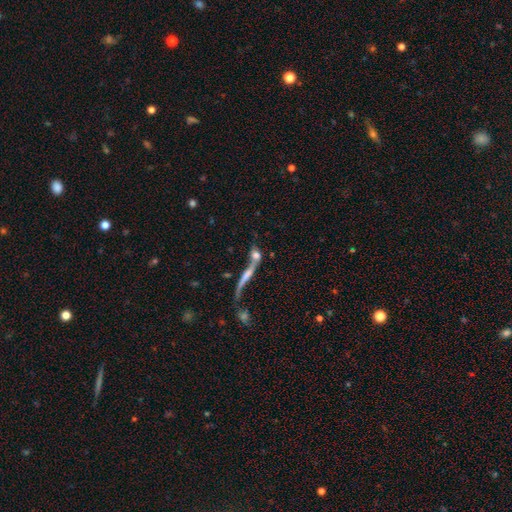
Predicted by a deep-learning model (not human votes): A smooth galaxy with no disk features (50%).

Vote fractions:
- Smooth or featured? smooth: 50% / featured or disk: 37% / star or artifact: 13%
- Merging? merger: 55% / none: 24% / major disturbance: 12% / minor disturbance: 9%